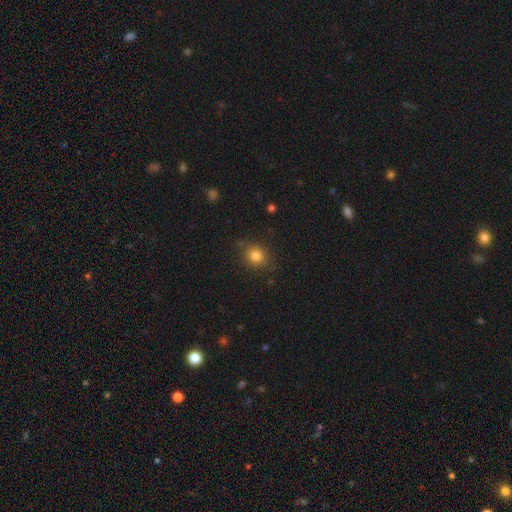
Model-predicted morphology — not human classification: Smooth or featured: smooth — 82% (star or artifact — 12%)
How rounded: round — 72% (in between — 26%)
Merging: none — 81% (minor disturbance — 13%)